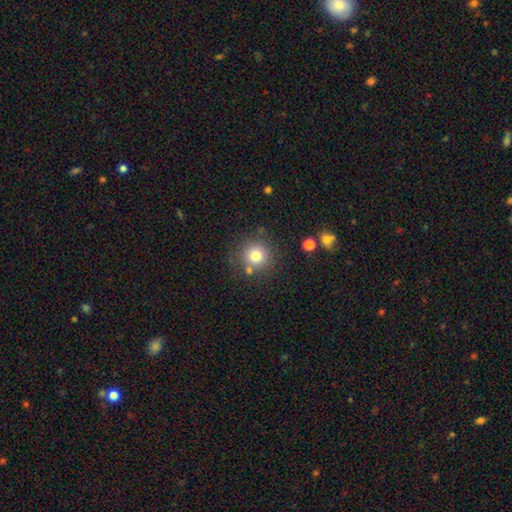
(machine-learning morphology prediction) Q: Smooth or featured?
A: smooth (78%); runner-up: star or artifact (13%)
Q: How rounded?
A: round (93%); runner-up: in between (6%)
Q: Merging?
A: none (78%); runner-up: minor disturbance (10%)